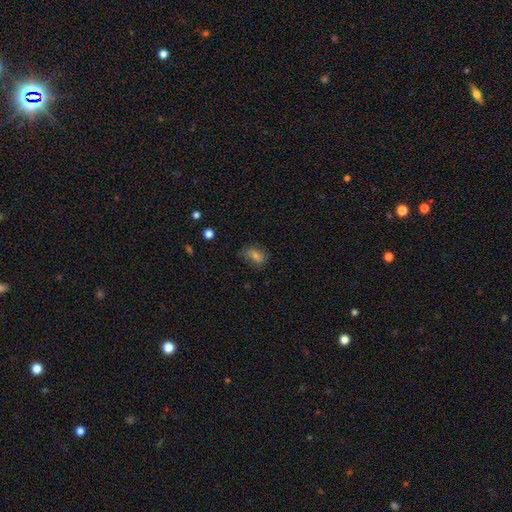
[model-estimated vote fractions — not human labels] This is likely a smooth galaxy (64%). How rounded: likely in between (77%). Merging: possibly none (55%).